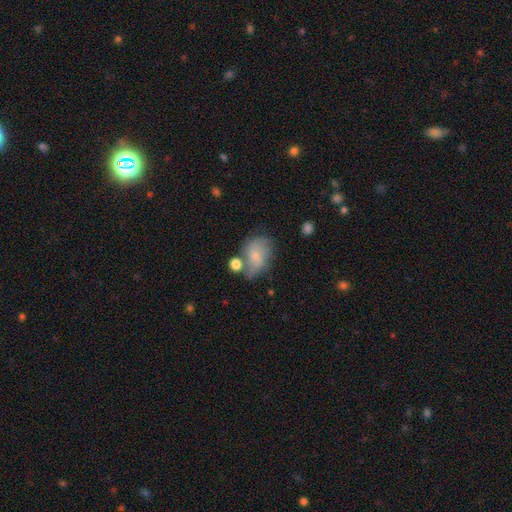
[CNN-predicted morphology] Smooth or featured? smooth (56%)
How rounded? in between (69%)
Merging? none (43%)